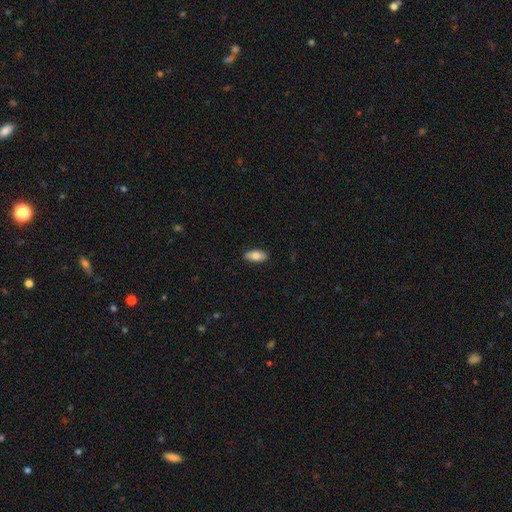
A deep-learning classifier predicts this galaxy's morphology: A smooth galaxy with no disk features (78%) that is in between round and cigar-shaped (88%).

Vote fractions:
- Smooth or featured? smooth: 78% / featured or disk: 16% / star or artifact: 6%
- How rounded? in between: 88% / cigar-shaped: 9% / round: 3%
- Merging? none: 89% / minor disturbance: 8% / major disturbance: 2% / merger: 1%